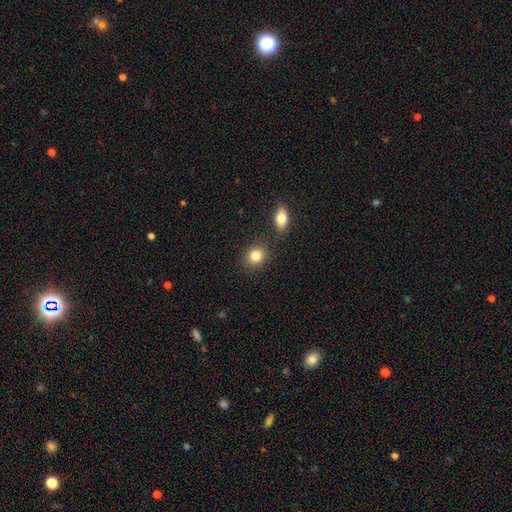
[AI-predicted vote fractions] Q: Smooth or featured?
A: smooth (83%); runner-up: star or artifact (10%)
Q: How rounded?
A: round (62%); runner-up: in between (37%)
Q: Merging?
A: none (80%); runner-up: minor disturbance (9%)